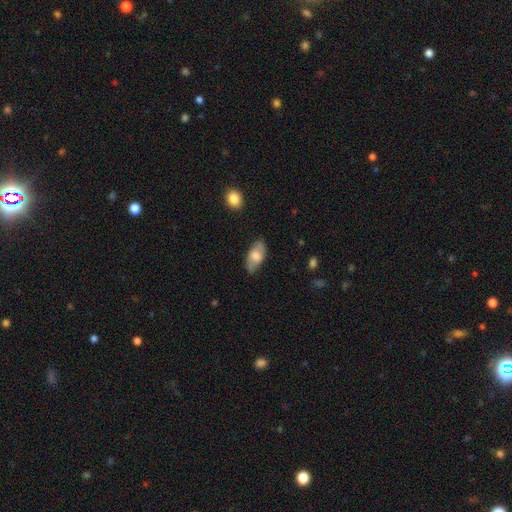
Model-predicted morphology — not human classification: smooth 62%, featured or disk 32%, star or artifact 7%. Down the decision tree: how rounded — in between (91%); merging — none (75%).